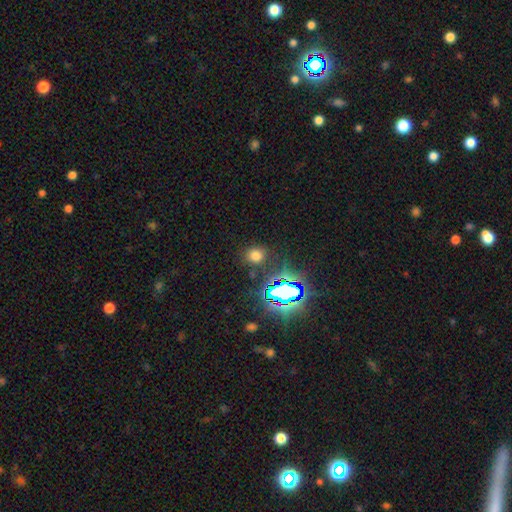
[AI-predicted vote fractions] Smooth or featured?
  - smooth: 64% *
  - star or artifact: 30%
  - featured or disk: 6%
How rounded?
  - round: 68% *
  - in between: 31%
  - cigar-shaped: 1%
Merging?
  - none: 84% *
  - minor disturbance: 10%
  - major disturbance: 4%
  - merger: 3%